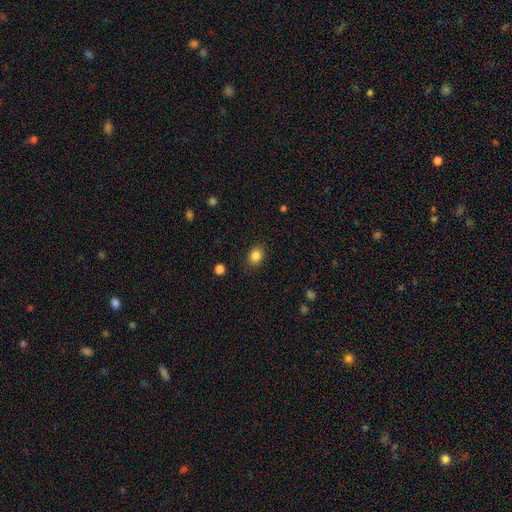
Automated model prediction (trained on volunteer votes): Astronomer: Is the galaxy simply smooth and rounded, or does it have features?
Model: smooth — 85%.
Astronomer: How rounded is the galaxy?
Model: in between — 59% (runner-up: round, 40%).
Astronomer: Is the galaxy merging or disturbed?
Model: none — 86%.